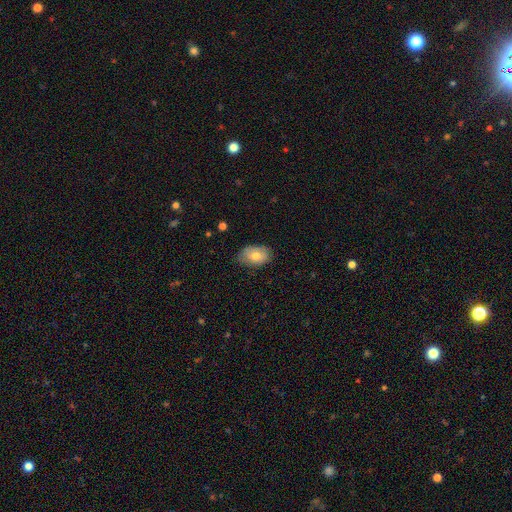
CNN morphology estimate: Smooth or featured: smooth — 75% (featured or disk — 18%)
How rounded: in between — 89% (round — 10%)
Merging: none — 73% (minor disturbance — 22%)